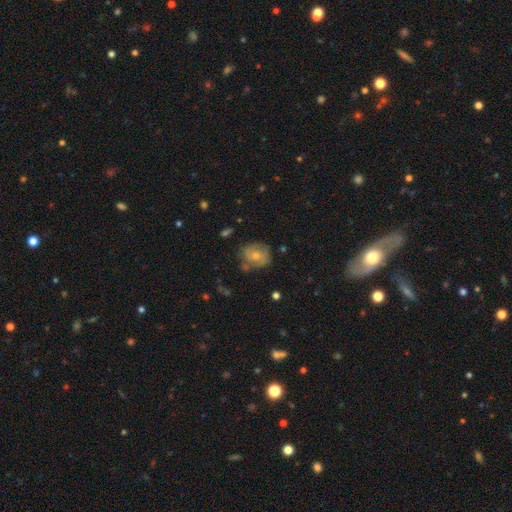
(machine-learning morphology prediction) type=smooth (52%); roundness=round (58%); merging=none (63%).